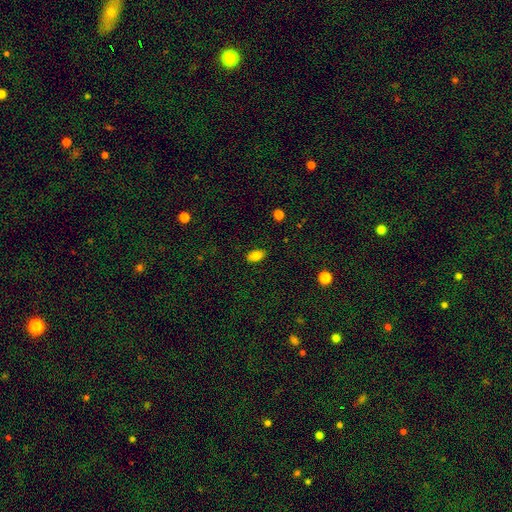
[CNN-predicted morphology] A smooth galaxy with no disk features (85%) that is in between round and cigar-shaped (91%).

Vote fractions:
- Smooth or featured? smooth: 85% / star or artifact: 9% / featured or disk: 6%
- How rounded? in between: 91% / round: 6% / cigar-shaped: 3%
- Merging? none: 87% / minor disturbance: 9% / major disturbance: 2% / merger: 1%